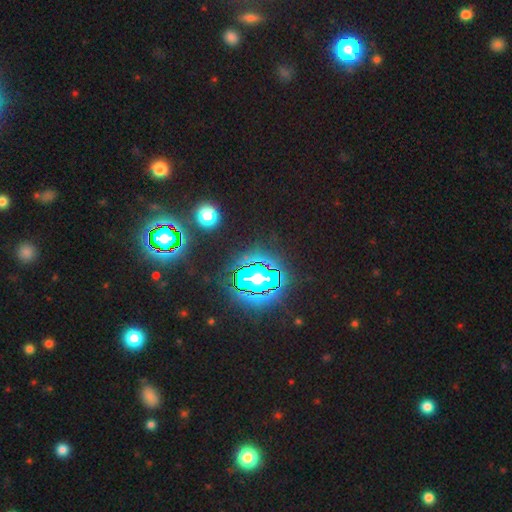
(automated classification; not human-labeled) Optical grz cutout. It shows a star or artifact, not a galaxy (81%).